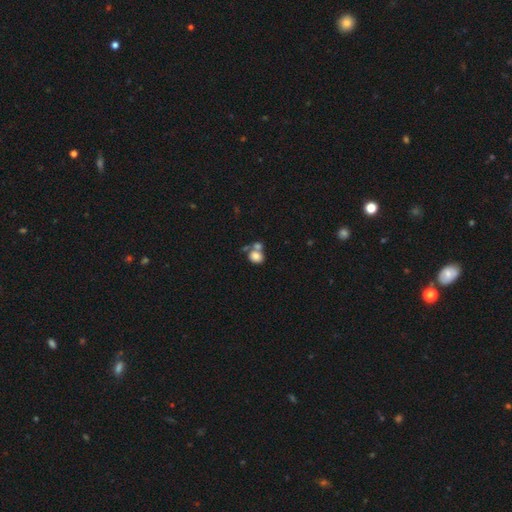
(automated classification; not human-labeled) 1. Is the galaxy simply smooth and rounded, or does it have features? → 78% smooth, 13% featured or disk, 9% star or artifact.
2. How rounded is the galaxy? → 52% round, 47% in between, 1% cigar-shaped.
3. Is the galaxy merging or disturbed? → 47% merger, 35% none, 11% minor disturbance, 6% major disturbance.